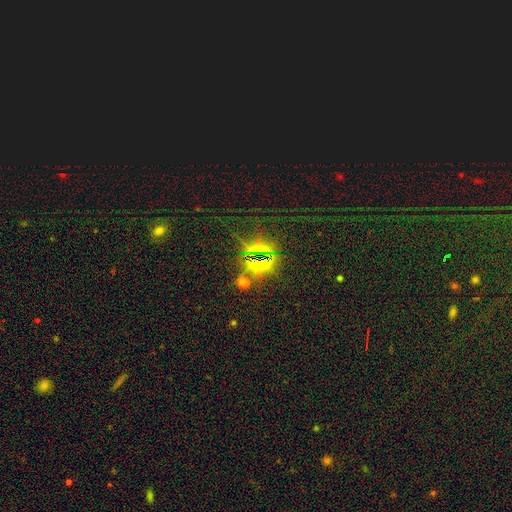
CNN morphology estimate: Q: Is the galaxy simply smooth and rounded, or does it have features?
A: star or artifact — 70%.